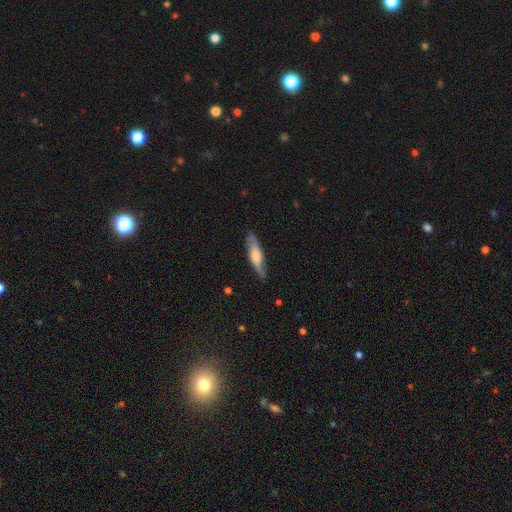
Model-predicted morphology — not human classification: The model was most divided on "smooth or featured": smooth: 51%, featured or disk: 43%, star or artifact: 6%. More confident: merging — none (81%); how rounded — cigar-shaped (72%).